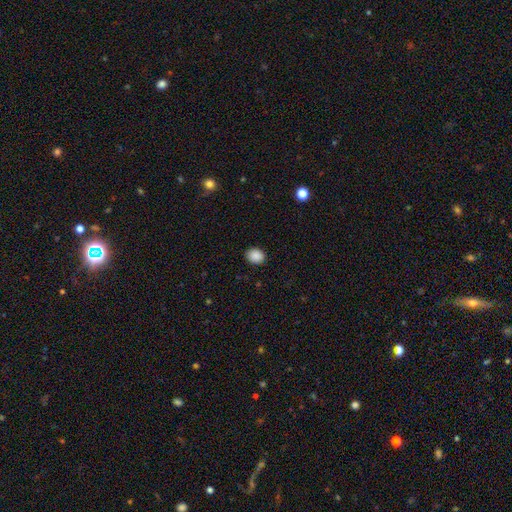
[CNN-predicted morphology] type=smooth (89%); roundness=round (55%); merging=none (89%).